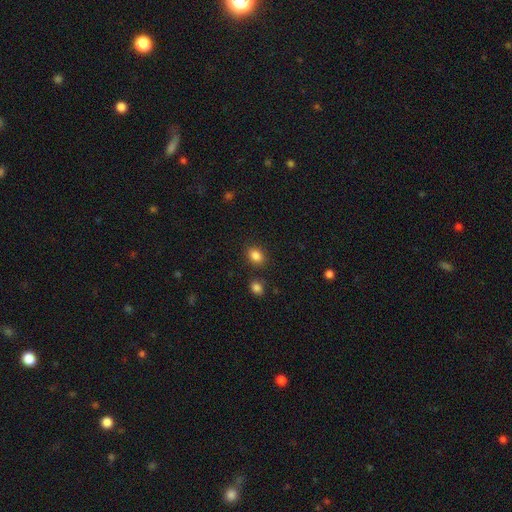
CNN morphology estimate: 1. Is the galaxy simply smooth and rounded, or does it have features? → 85% smooth, 10% star or artifact, 4% featured or disk.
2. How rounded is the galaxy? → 62% in between, 37% round, 1% cigar-shaped.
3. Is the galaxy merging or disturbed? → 84% none, 10% minor disturbance, 4% merger, 3% major disturbance.